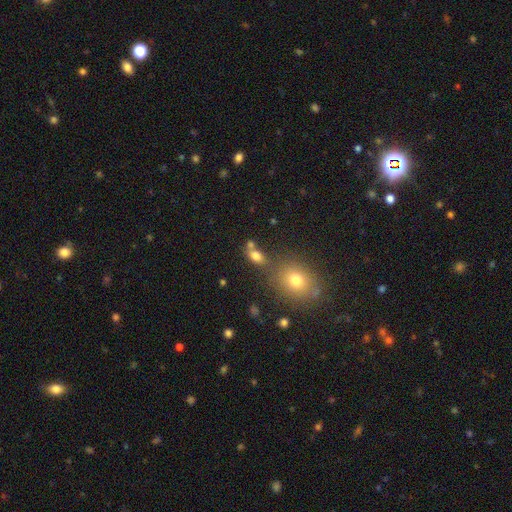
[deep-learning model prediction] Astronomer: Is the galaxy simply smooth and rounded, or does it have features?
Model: smooth — 75%.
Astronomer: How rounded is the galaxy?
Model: in between — 77%.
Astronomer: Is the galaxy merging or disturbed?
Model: none — 48% (runner-up: merger, 32%).